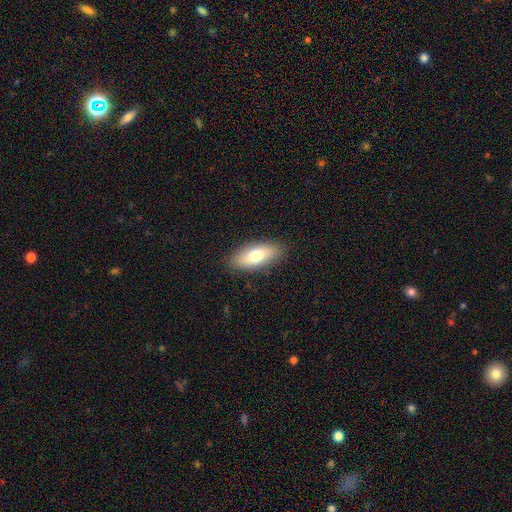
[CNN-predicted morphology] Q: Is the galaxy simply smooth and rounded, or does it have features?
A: smooth — 73%.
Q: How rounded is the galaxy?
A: in between — 77%.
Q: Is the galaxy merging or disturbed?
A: none — 87%.